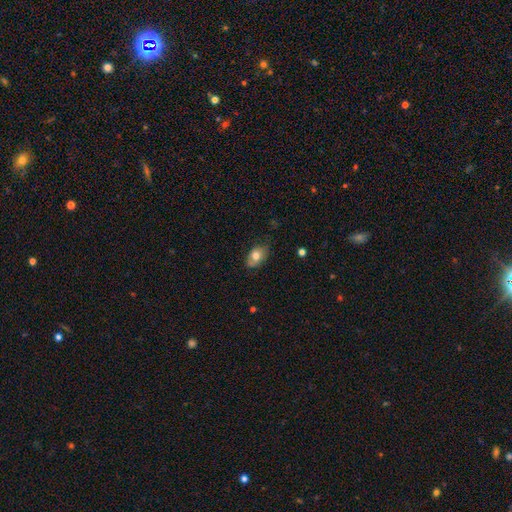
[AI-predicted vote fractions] Smooth or featured: smooth — 72% (featured or disk — 20%)
How rounded: in between — 86% (round — 13%)
Merging: none — 70% (minor disturbance — 24%)